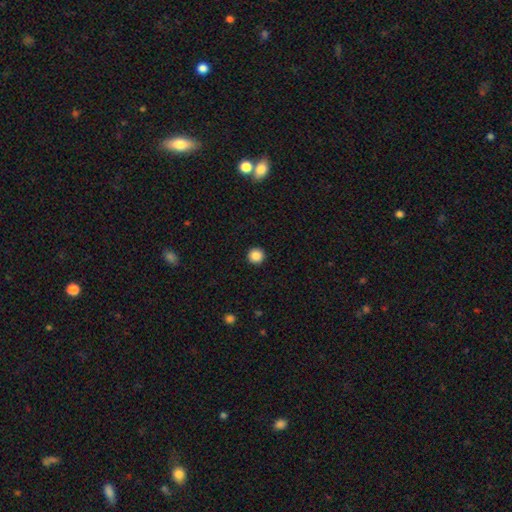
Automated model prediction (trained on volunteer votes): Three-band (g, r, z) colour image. It shows a smooth galaxy with no disk features (87%) that is round (96%). Merging: none (94%).